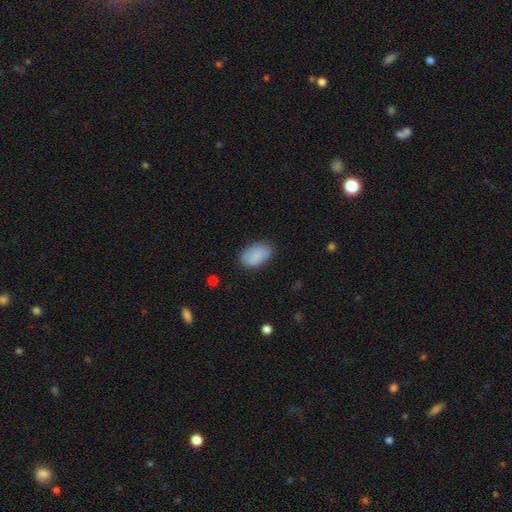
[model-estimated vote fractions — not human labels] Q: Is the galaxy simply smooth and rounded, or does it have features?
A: smooth — 86%.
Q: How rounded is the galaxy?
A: in between — 93%.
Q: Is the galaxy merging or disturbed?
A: none — 79%.